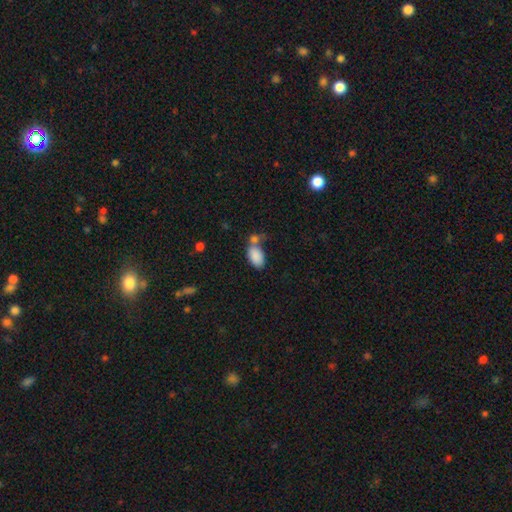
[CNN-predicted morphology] type=smooth (87%); roundness=in between (92%); merging=none (42%).